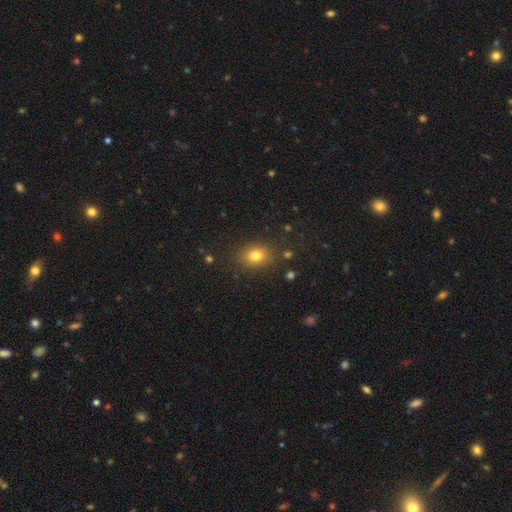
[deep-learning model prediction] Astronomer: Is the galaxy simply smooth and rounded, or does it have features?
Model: smooth — 79%.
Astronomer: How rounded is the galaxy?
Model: in between — 55% (runner-up: round, 44%).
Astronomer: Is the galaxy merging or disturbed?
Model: none — 85%.